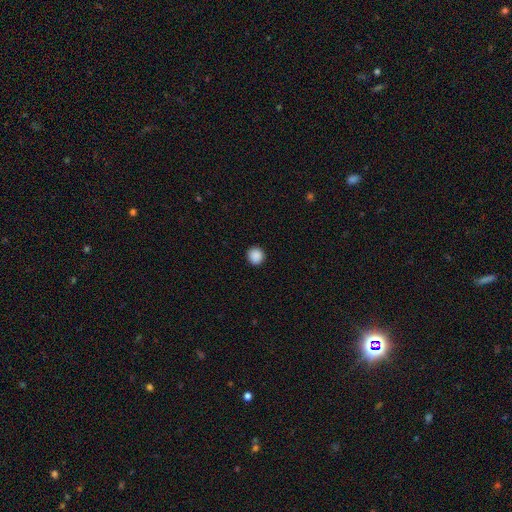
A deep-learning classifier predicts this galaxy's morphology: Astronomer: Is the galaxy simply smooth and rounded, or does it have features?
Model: smooth — 89%.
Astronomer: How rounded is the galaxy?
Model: round — 95%.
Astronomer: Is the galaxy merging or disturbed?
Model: none — 93%.